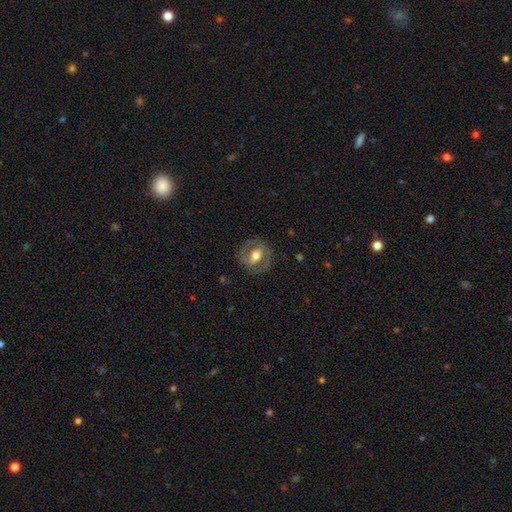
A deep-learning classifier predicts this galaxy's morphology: The model was most divided on "bar": weak: 39%, no: 36%, strong: 25%. More confident: edge-on disk — no (96%); merging — none (78%); bulge size — moderate (65%); spiral arms — yes (64%); smooth or featured — featured or disk (63%).